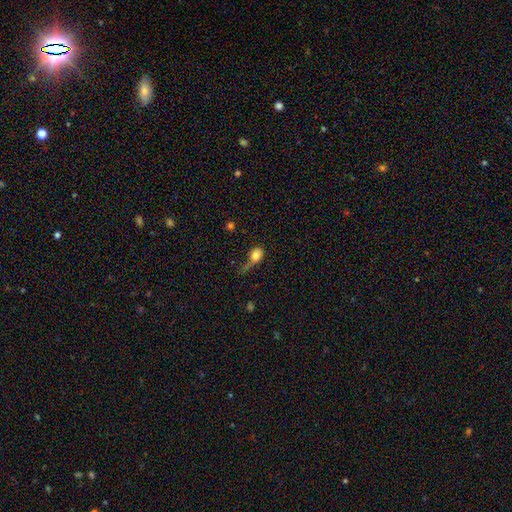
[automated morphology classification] This is likely a smooth galaxy (72%). How rounded: likely in between (68%). Merging: marginally major disturbance (45%).